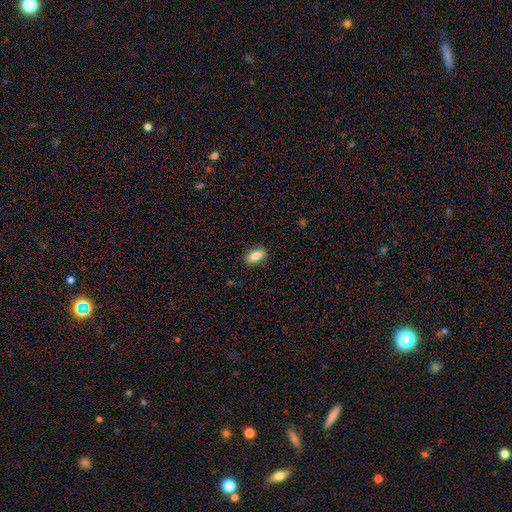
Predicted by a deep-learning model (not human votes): Q: Smooth or featured?
A: smooth (83%); runner-up: featured or disk (10%)
Q: How rounded?
A: in between (89%); runner-up: cigar-shaped (6%)
Q: Merging?
A: none (88%); runner-up: minor disturbance (9%)